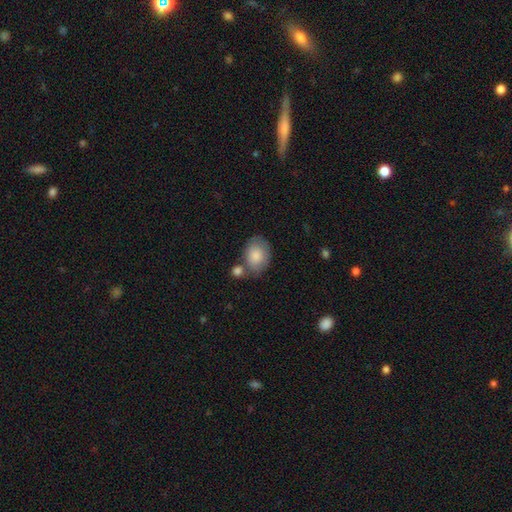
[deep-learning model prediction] Overall: smooth (83%). How rounded: in between (74%). Merging: none (56%; merger 20%).